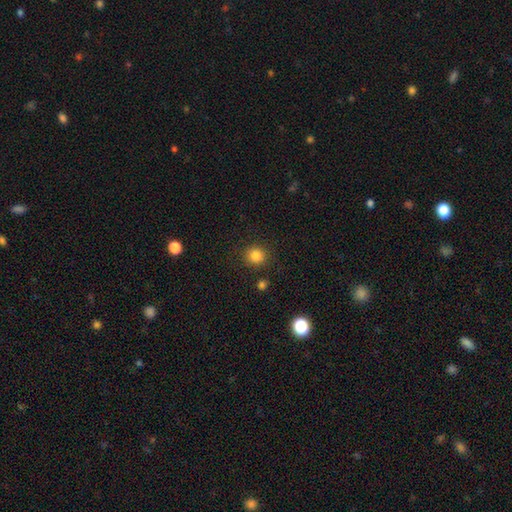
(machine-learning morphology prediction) This appears to be a smooth galaxy with no disk features (84%) that is round (90%). Merging: none (87%).